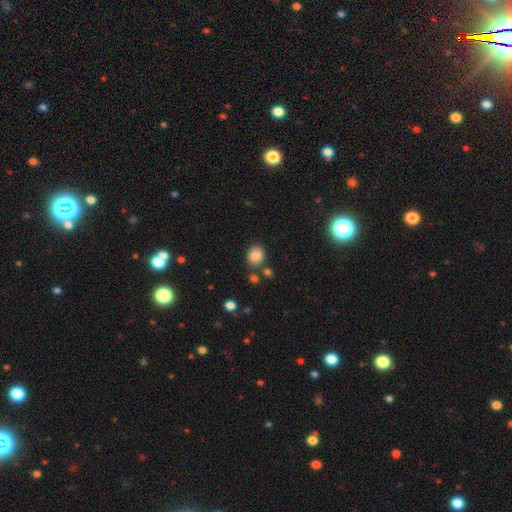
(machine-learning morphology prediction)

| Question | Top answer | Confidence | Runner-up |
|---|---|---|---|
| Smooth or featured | smooth | 83% | star or artifact (10%) |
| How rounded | round | 73% | in between (26%) |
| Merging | none | 79% | minor disturbance (10%) |